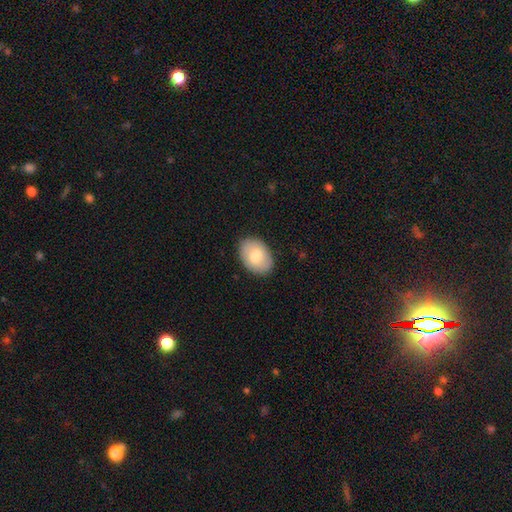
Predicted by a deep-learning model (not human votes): This is likely a smooth galaxy (76%). How rounded: clearly in between (83%). Merging: clearly none (86%).